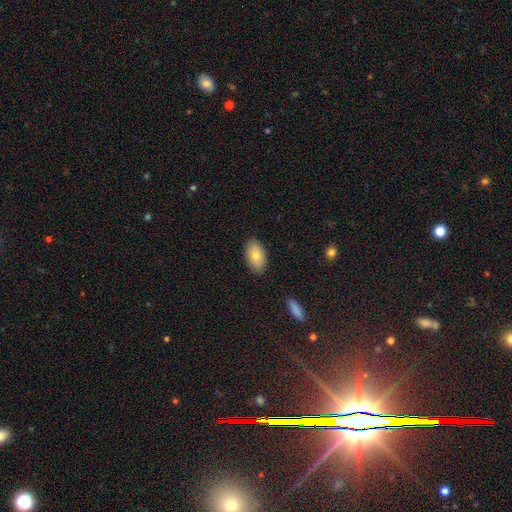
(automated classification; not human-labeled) smooth 78%, featured or disk 15%, star or artifact 7%. Down the decision tree: how rounded — in between (93%); merging — none (87%).